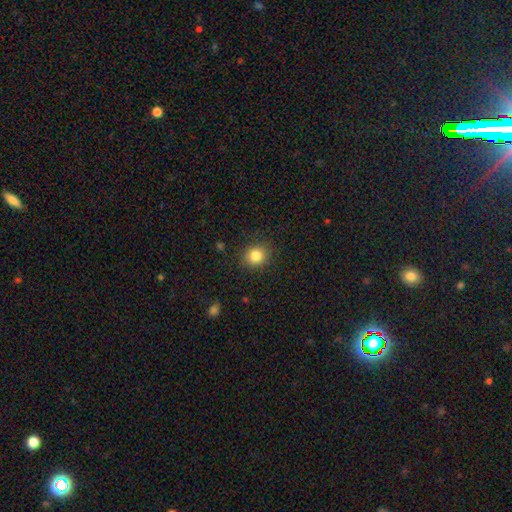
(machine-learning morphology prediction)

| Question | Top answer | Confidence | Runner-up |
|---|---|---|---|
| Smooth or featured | smooth | 84% | star or artifact (11%) |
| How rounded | round | 79% | in between (20%) |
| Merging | none | 88% | minor disturbance (8%) |